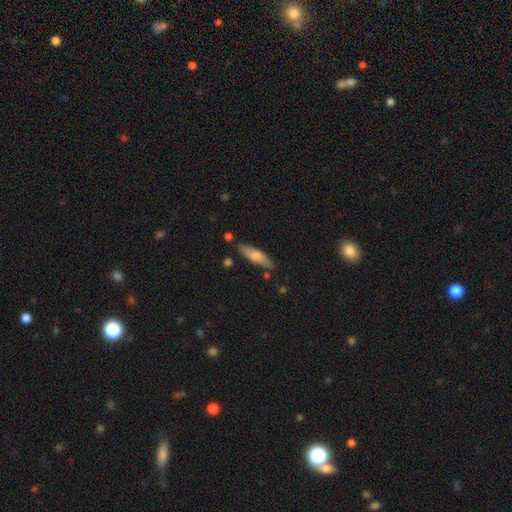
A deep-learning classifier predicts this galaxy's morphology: A smooth galaxy with no disk features (67%) that is cigar-shaped (62%).

Vote fractions:
- Smooth or featured? smooth: 67% / featured or disk: 27% / star or artifact: 6%
- How rounded? cigar-shaped: 62% / in between: 36% / round: 2%
- Merging? none: 81% / minor disturbance: 13% / merger: 4% / major disturbance: 3%